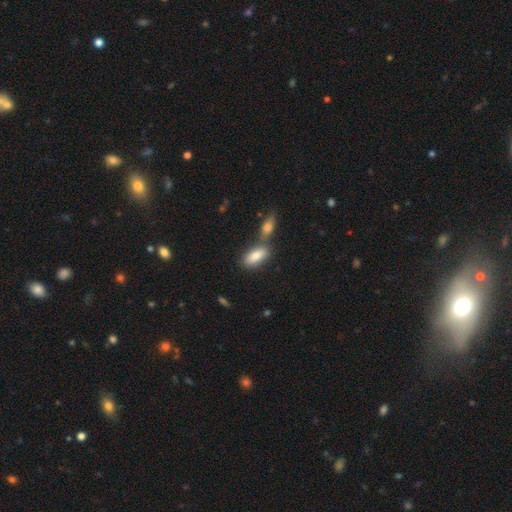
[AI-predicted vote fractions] Smooth or featured? smooth (81%)
How rounded? in between (85%)
Merging? none (52%)